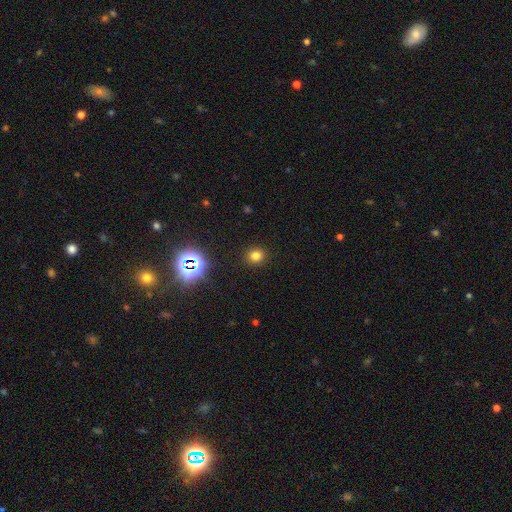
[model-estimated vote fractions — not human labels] Q: Smooth or featured?
A: smooth (75%); runner-up: star or artifact (19%)
Q: How rounded?
A: round (79%); runner-up: in between (20%)
Q: Merging?
A: none (90%); runner-up: minor disturbance (6%)